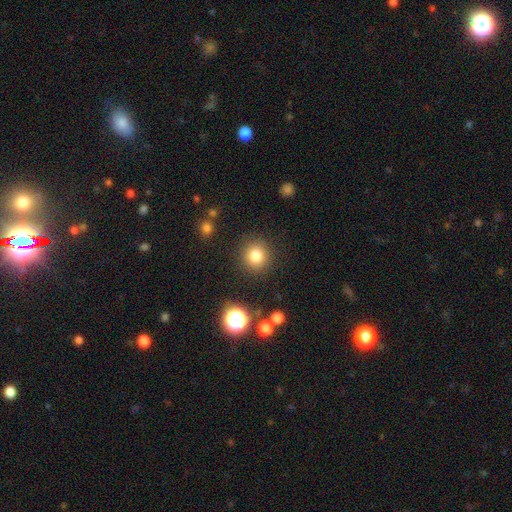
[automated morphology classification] Smooth or featured? smooth (81%)
How rounded? round (92%)
Merging? none (89%)